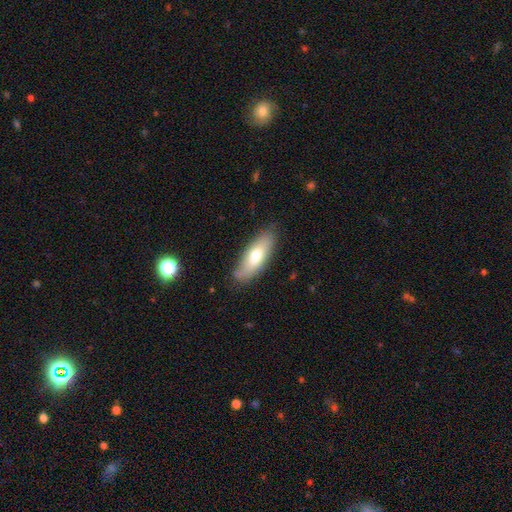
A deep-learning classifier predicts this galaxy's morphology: This is likely a smooth galaxy (68%). How rounded: likely in between (70%). Merging: likely none (78%).